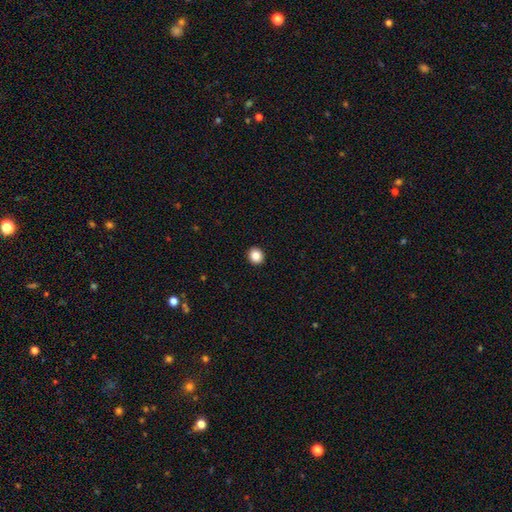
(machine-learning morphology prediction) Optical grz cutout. It shows a smooth galaxy with no disk features (86%) that is round (87%). Merging: none (93%).